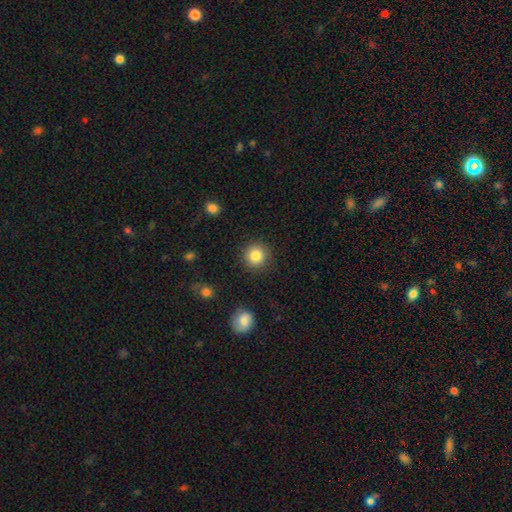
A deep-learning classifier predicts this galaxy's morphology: A smooth galaxy with no disk features (85%) that is round (94%). Merging: none (89%).